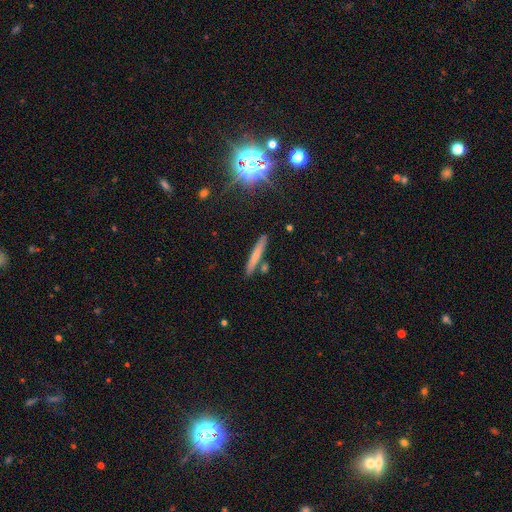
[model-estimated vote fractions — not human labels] The model was most divided on "smooth or featured": smooth: 63%, featured or disk: 28%, star or artifact: 9%. More confident: how rounded — cigar-shaped (94%); merging — none (83%).